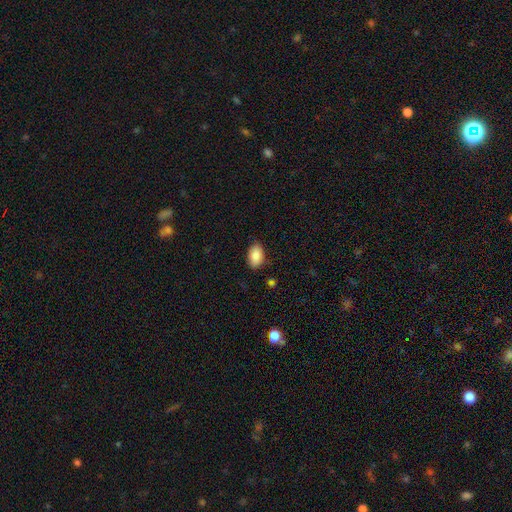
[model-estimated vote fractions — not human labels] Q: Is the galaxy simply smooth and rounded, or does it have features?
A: smooth — 87%.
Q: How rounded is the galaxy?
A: in between — 92%.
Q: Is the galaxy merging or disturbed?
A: none — 84%.